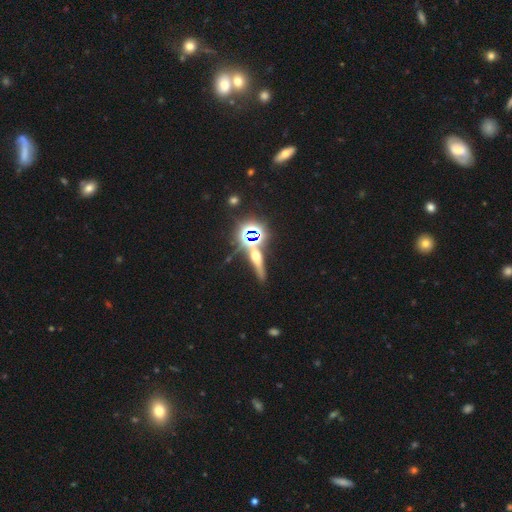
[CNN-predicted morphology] Q: Smooth or featured?
A: featured or disk (42%); runner-up: star or artifact (34%)
Q: Merging?
A: none (74%); runner-up: minor disturbance (11%)